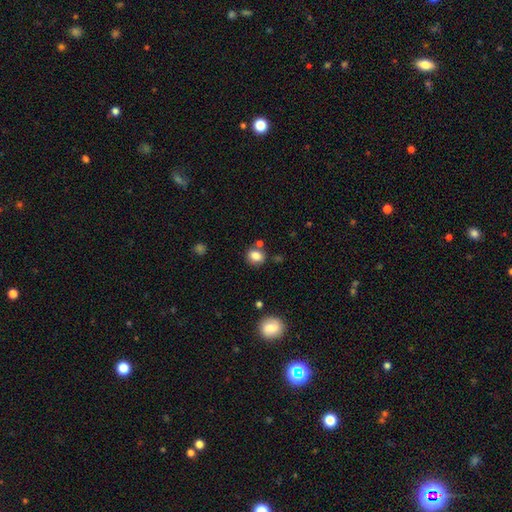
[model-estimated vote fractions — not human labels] Smooth or featured? smooth (82%)
How rounded? round (56%)
Merging? none (70%)